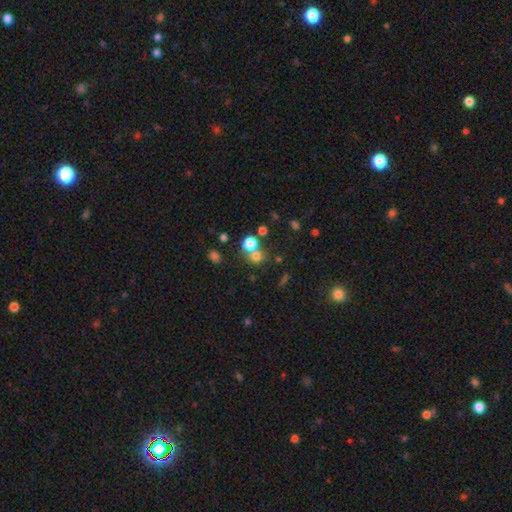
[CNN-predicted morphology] This appears to be a smooth galaxy with no disk features (71%) that is round (86%). Merging: none (55%).